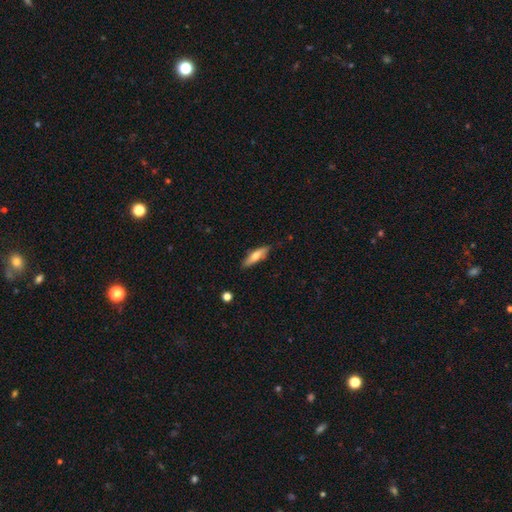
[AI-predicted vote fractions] Q: Smooth or featured?
A: smooth (65%); runner-up: featured or disk (29%)
Q: How rounded?
A: cigar-shaped (64%); runner-up: in between (34%)
Q: Merging?
A: none (84%); runner-up: minor disturbance (13%)